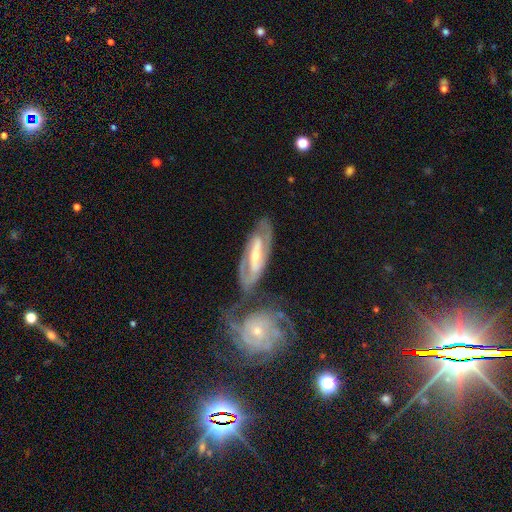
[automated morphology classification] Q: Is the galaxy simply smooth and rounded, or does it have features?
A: featured or disk — 84%.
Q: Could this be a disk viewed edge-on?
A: no — 90%.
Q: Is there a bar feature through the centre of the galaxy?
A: strong — 54%.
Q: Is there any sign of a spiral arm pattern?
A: yes — 92%.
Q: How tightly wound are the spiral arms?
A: tight — 51%.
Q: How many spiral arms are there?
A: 2 — 80%.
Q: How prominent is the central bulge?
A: small — 49%.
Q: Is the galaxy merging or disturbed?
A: none — 59%.